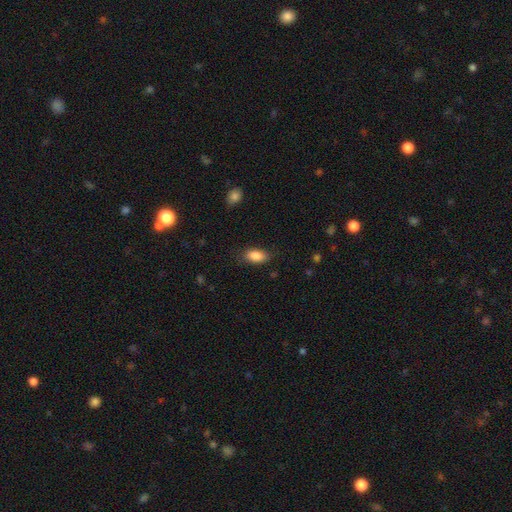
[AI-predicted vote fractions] This is clearly a smooth galaxy (88%). How rounded: clearly in between (91%). Merging: clearly none (82%).